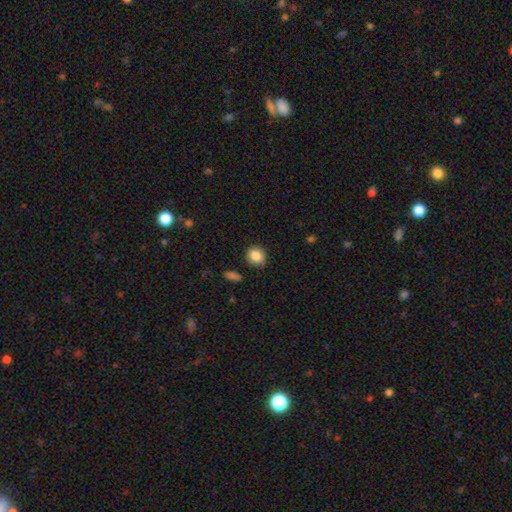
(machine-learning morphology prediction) type=smooth (86%); roundness=round (80%); merging=none (85%).